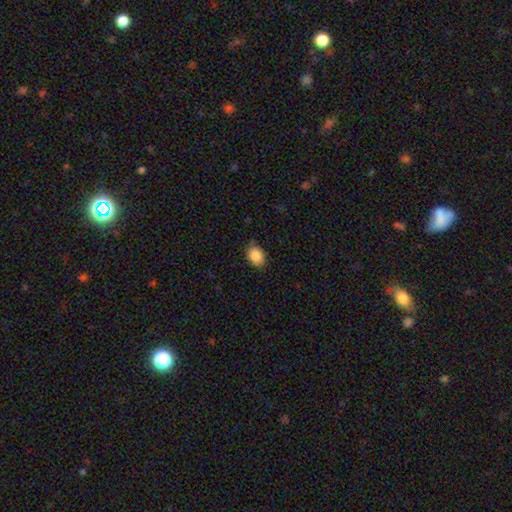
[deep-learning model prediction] A smooth galaxy with no disk features (89%) that is in between round and cigar-shaped (65%).

Vote fractions:
- Smooth or featured? smooth: 89% / star or artifact: 8% / featured or disk: 3%
- How rounded? in between: 65% / round: 34% / cigar-shaped: 1%
- Merging? none: 77% / minor disturbance: 19% / major disturbance: 3% / merger: 1%